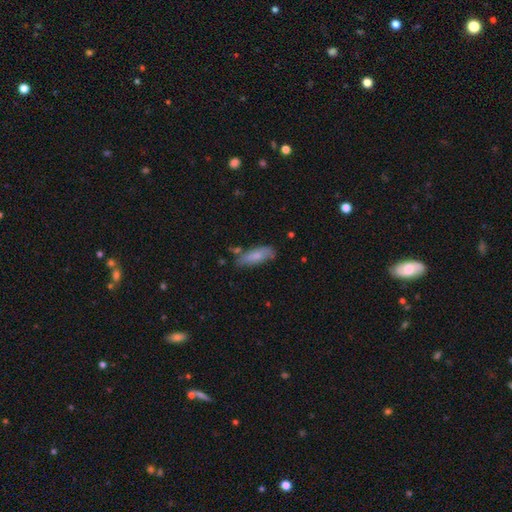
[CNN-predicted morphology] Overall: smooth (75%). How rounded: in between (61%; cigar-shaped 37%). Merging: none (66%).